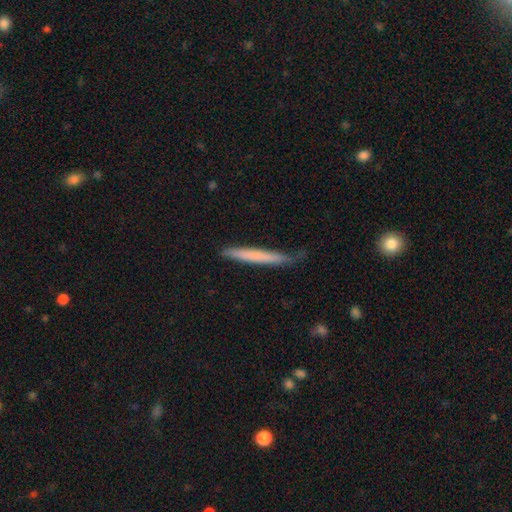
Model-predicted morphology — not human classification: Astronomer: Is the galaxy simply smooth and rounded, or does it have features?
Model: smooth — 65%.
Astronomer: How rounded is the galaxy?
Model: cigar-shaped — 97%.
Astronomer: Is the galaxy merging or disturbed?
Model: none — 71%.